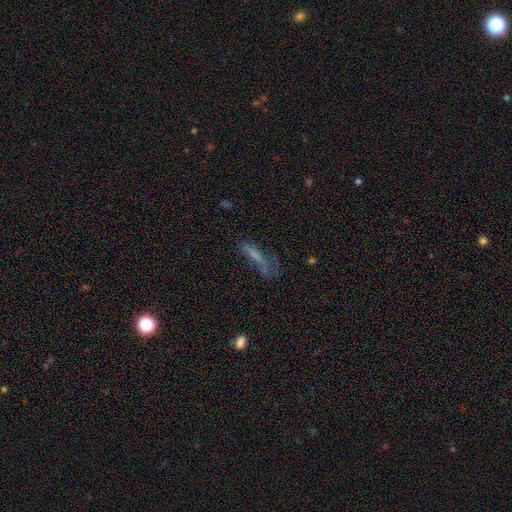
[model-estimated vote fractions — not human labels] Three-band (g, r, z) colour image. It shows a smooth galaxy with no disk features (55%) that is cigar-shaped (77%). Merging: none (43%).